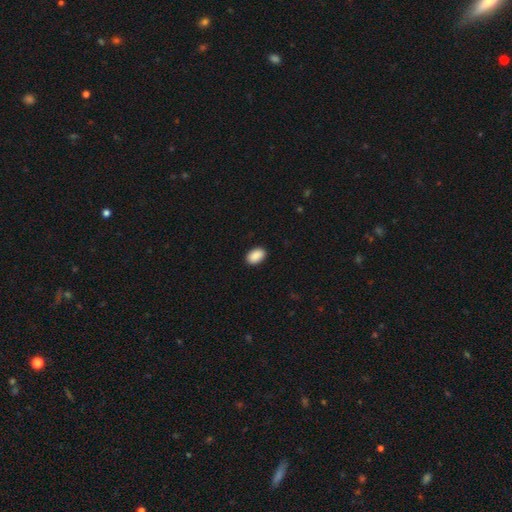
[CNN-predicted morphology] Smooth or featured? Predicted: smooth (p=0.90). How rounded? Predicted: in between (p=0.90). Merging? Predicted: none (p=0.90).